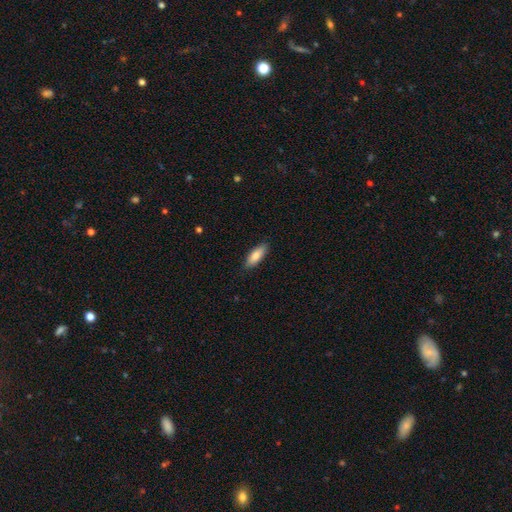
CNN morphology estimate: A smooth galaxy with no disk features (83%) that is in between round and cigar-shaped (64%).

Vote fractions:
- Smooth or featured? smooth: 83% / featured or disk: 11% / star or artifact: 6%
- How rounded? in between: 64% / cigar-shaped: 34% / round: 2%
- Merging? none: 86% / minor disturbance: 11% / major disturbance: 2% / merger: 1%